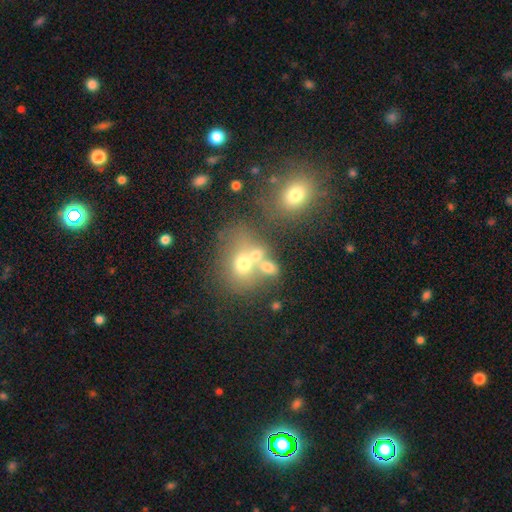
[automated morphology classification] This is possibly a smooth galaxy (60%). How rounded: possibly round (56%). Merging: possibly merger (49%).